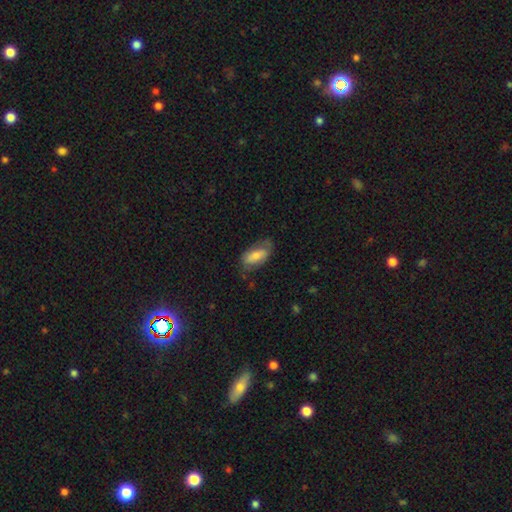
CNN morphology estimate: This appears to be a smooth galaxy with no disk features (70%) that is in between round and cigar-shaped (86%). Merging: none (60%).